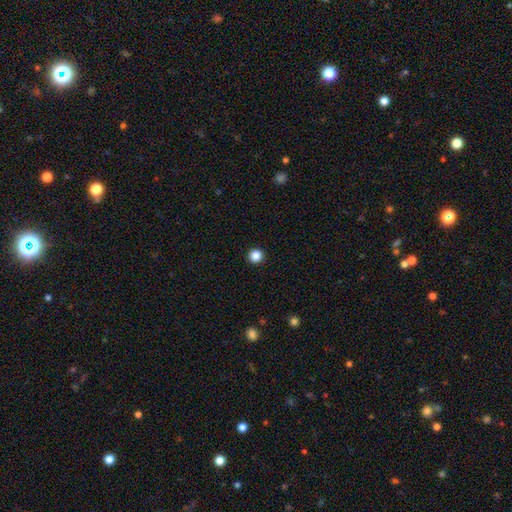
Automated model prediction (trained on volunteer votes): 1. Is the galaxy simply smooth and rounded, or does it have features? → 86% smooth, 11% star or artifact, 3% featured or disk.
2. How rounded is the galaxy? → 96% round, 3% in between, 1% cigar-shaped.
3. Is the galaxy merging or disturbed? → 94% none, 4% minor disturbance, 1% major disturbance, 1% merger.